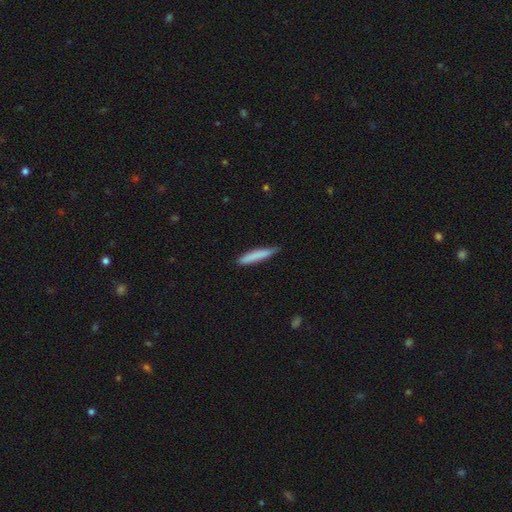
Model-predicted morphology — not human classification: The model was most divided on "merging": none: 76%, minor disturbance: 20%, major disturbance: 3%, merger: 1%. More confident: how rounded — cigar-shaped (93%); smooth or featured — smooth (80%).